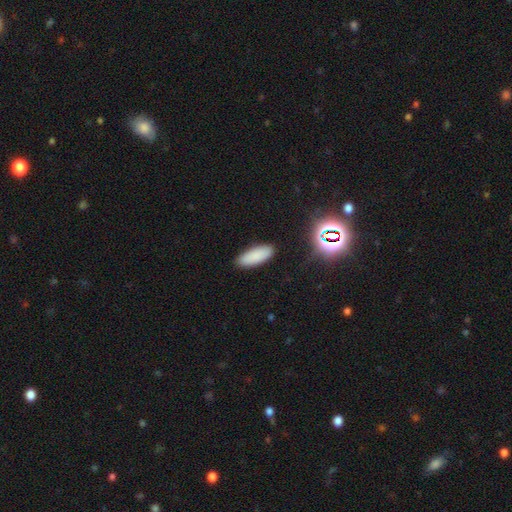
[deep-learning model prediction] smooth_or_featured: smooth (p=0.86) [alt: star or artifact p=0.09]
how_rounded: in between (p=0.70) [alt: cigar-shaped p=0.28]
merging: none (p=0.88) [alt: minor disturbance p=0.09]